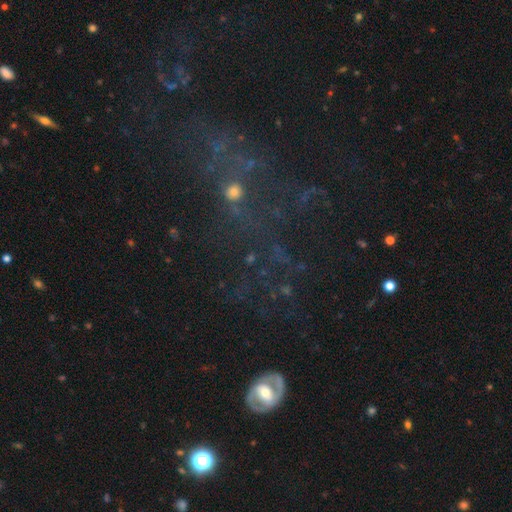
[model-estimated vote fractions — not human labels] Morphology: type=star or artifact (51%).